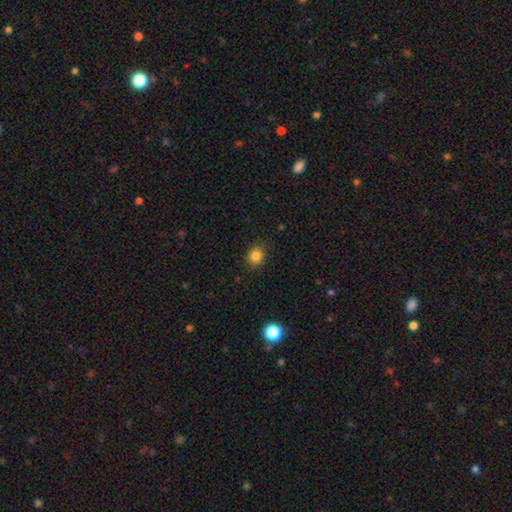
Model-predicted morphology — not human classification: Q: Smooth or featured?
A: smooth (84%); runner-up: star or artifact (12%)
Q: How rounded?
A: round (75%); runner-up: in between (24%)
Q: Merging?
A: none (88%); runner-up: minor disturbance (9%)